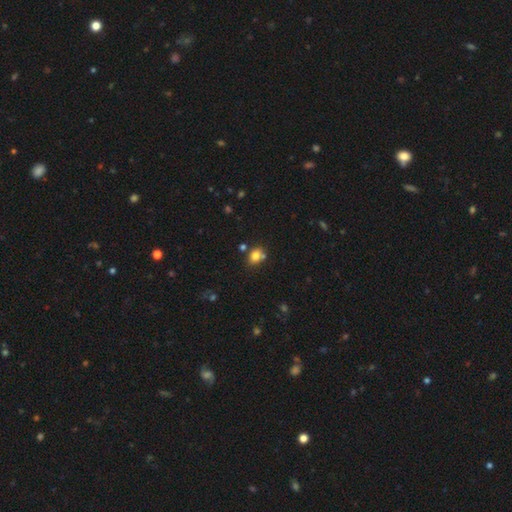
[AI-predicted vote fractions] A smooth galaxy with no disk features (79%) that is in between round and cigar-shaped (53%). Merging: none (63%).